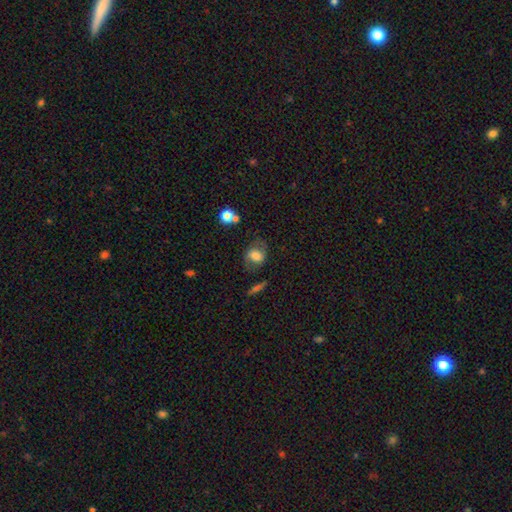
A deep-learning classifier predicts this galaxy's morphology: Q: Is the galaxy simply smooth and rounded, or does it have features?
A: smooth — 56%.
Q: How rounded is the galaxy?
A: in between — 55%.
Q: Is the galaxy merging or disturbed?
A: none — 63%.